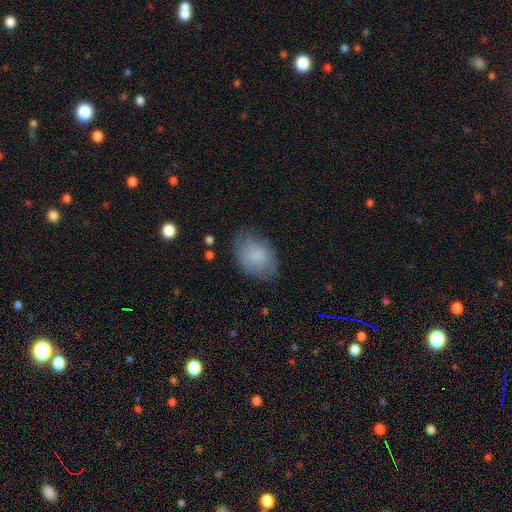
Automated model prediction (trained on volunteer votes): This is likely a smooth galaxy (79%). How rounded: likely in between (79%). Merging: likely none (71%).